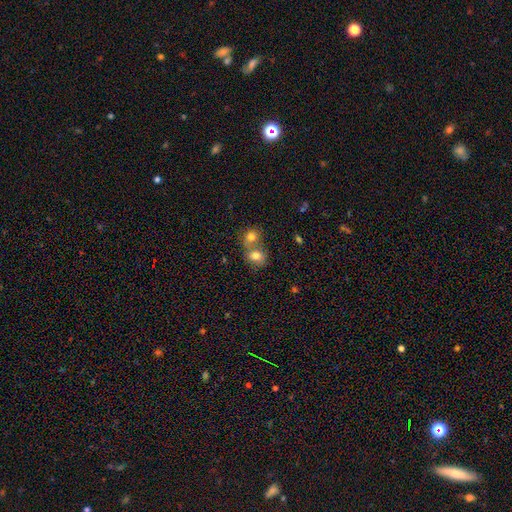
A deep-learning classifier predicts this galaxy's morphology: This is likely a smooth galaxy (77%). How rounded: possibly round (55%). Merging: possibly merger (57%).